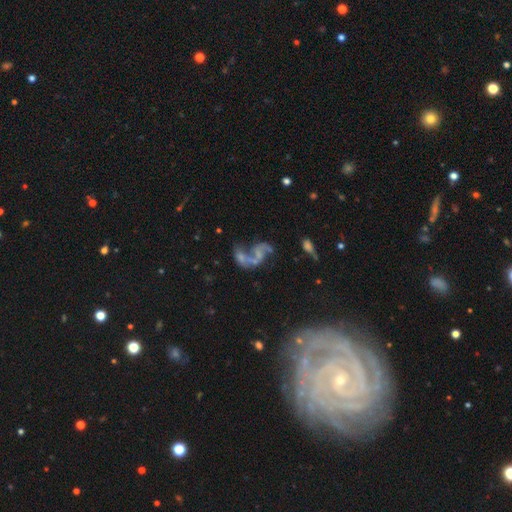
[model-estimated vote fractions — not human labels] The model was most divided on "merging": merger: 39%, none: 28%, major disturbance: 21%, minor disturbance: 12%. More confident: edge-on disk — no (96%); spiral arms — yes (72%); smooth or featured — featured or disk (68%); bar — no (64%); bulge size — none (52%).